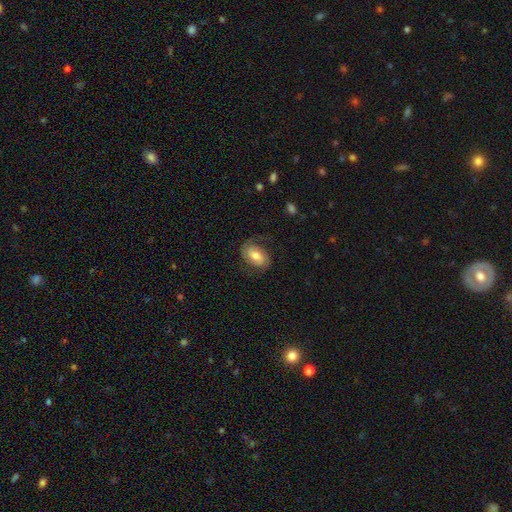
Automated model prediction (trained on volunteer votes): Q: Smooth or featured?
A: smooth (49%); runner-up: featured or disk (43%)
Q: Merging?
A: none (69%); runner-up: minor disturbance (19%)